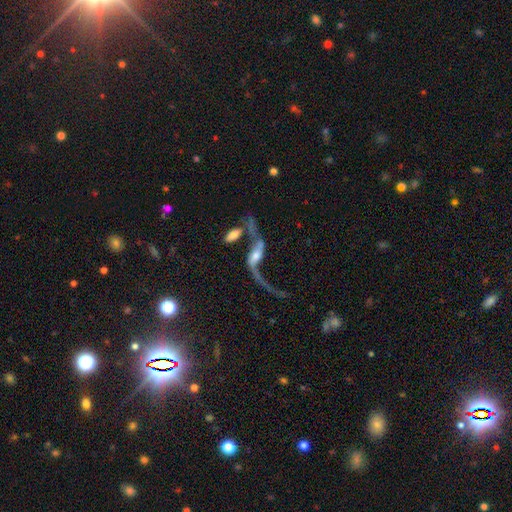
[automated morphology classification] This appears to be a featured or disk galaxy (80%) with no bar (41%), 2 (83%) loose (94%) spiral arms (85%) and a moderate central bulge (43%). Merging: merger (33%).